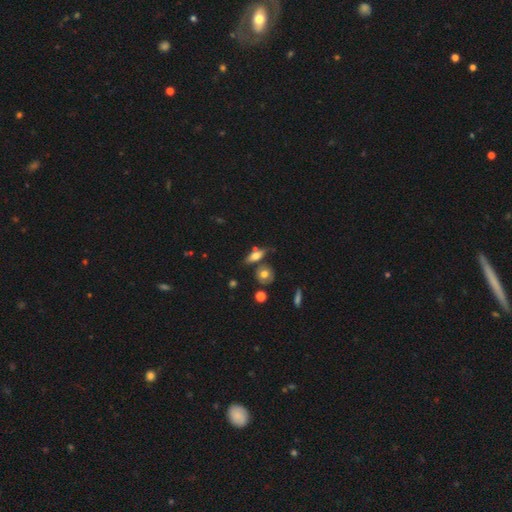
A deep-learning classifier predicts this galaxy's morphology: smooth-or-featured: smooth: 58% | featured or disk: 33% | star or artifact: 10%
  how-rounded: in between: 60% | cigar-shaped: 29% | round: 11%
  merging: none: 62% | minor disturbance: 18% | merger: 14% | major disturbance: 6%